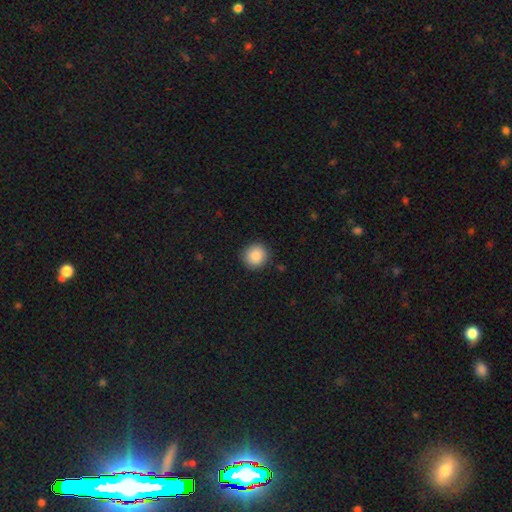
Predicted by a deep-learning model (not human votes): Q: Smooth or featured?
A: smooth (88%); runner-up: star or artifact (8%)
Q: How rounded?
A: round (91%); runner-up: in between (8%)
Q: Merging?
A: none (90%); runner-up: minor disturbance (7%)